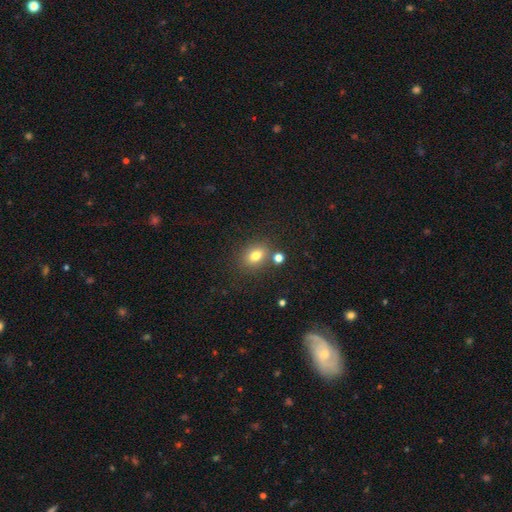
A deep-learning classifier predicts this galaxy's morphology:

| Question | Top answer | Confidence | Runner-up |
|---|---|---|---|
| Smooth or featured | smooth | 76% | star or artifact (13%) |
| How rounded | in between | 60% | round (38%) |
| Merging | none | 73% | minor disturbance (12%) |